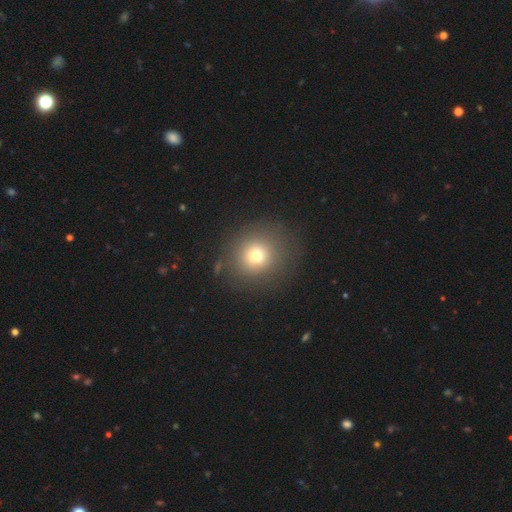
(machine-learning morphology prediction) Smooth or featured? Predicted: smooth (p=0.72). How rounded? Predicted: round (p=0.86). Merging? Predicted: none (p=0.83).